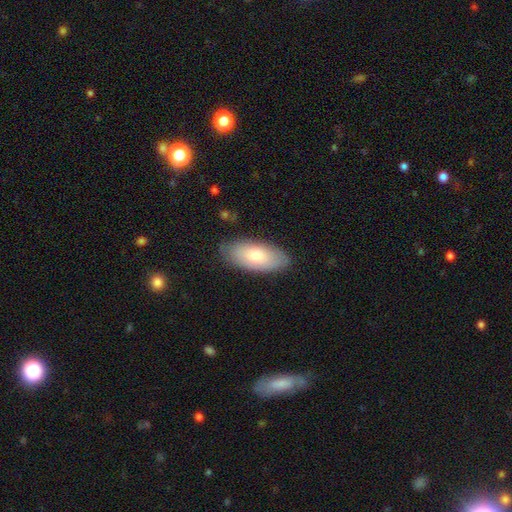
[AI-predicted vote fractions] The model was most divided on "smooth or featured": smooth: 74%, featured or disk: 20%, star or artifact: 6%. More confident: how rounded — in between (91%); merging — none (83%).